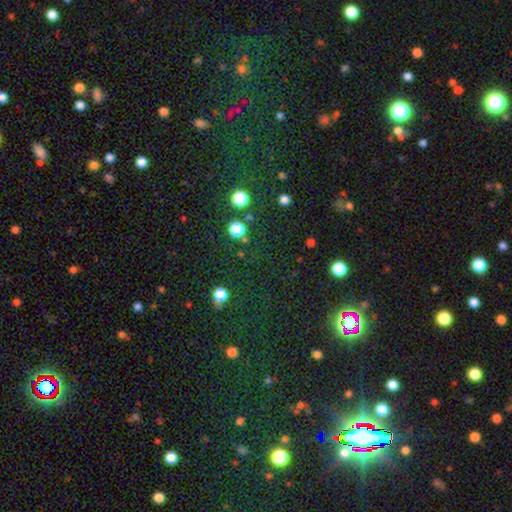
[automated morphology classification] Smooth or featured? star or artifact (67%)